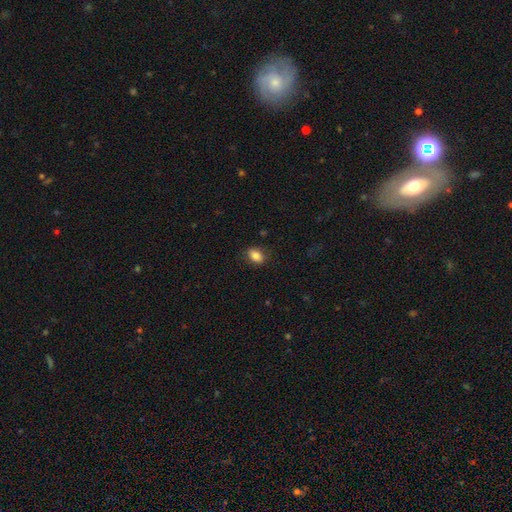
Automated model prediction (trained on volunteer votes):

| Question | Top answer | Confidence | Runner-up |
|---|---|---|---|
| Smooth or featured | smooth | 84% | star or artifact (9%) |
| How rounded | in between | 77% | round (22%) |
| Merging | none | 84% | minor disturbance (12%) |